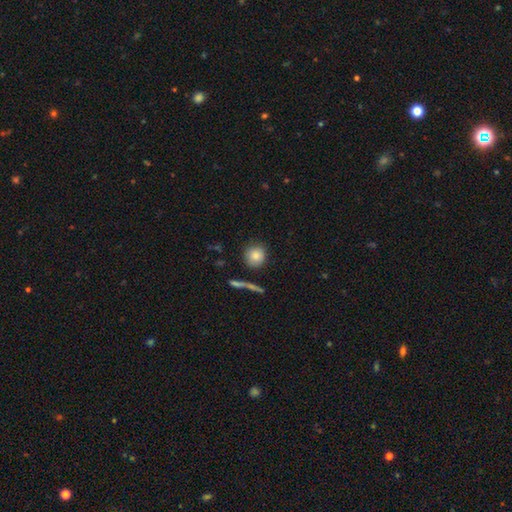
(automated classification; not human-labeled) Q: Smooth or featured?
A: smooth (82%); runner-up: featured or disk (9%)
Q: How rounded?
A: round (90%); runner-up: in between (8%)
Q: Merging?
A: none (82%); runner-up: minor disturbance (10%)